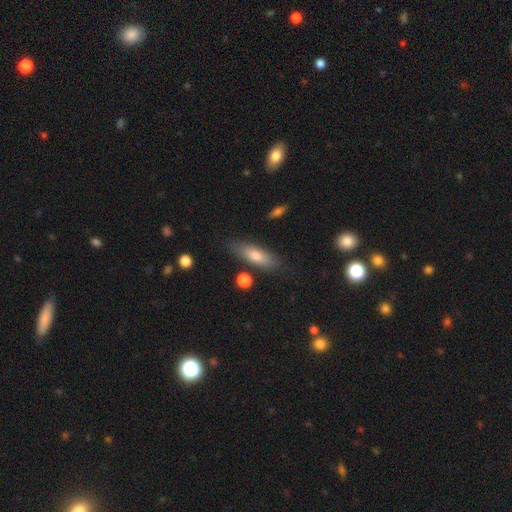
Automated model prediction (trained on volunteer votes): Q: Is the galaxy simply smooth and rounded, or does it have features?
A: smooth — 72%.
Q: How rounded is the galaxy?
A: in between — 57%.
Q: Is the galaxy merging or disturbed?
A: none — 80%.